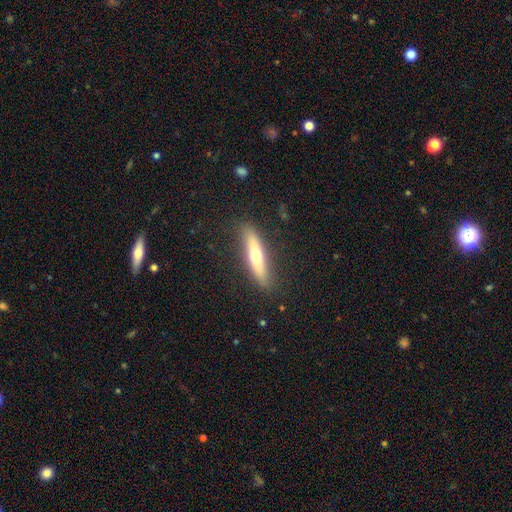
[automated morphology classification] Smooth or featured: smooth — 48% (featured or disk — 46%)
Merging: none — 87% (minor disturbance — 9%)